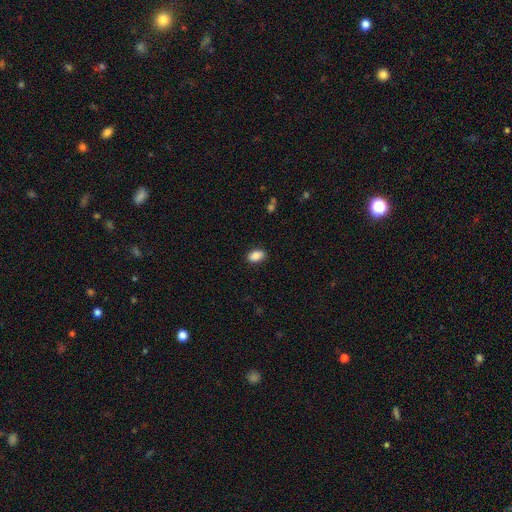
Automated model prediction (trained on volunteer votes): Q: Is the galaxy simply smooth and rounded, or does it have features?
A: smooth — 87%.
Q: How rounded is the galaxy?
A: in between — 87%.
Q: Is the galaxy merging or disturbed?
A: none — 87%.